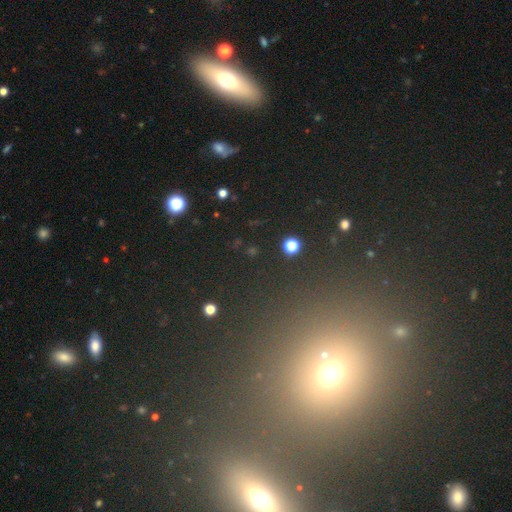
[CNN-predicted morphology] Smooth or featured? star or artifact (48%)